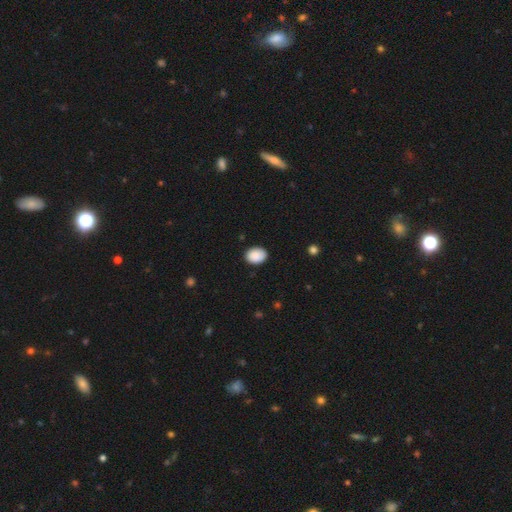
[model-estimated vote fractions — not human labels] This is clearly a smooth galaxy (90%). How rounded: likely in between (67%). Merging: clearly none (86%).